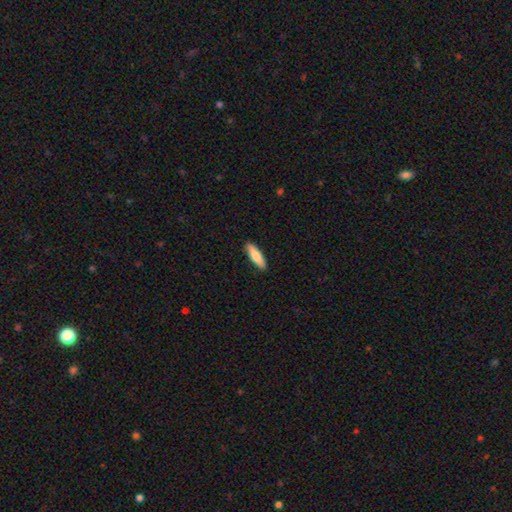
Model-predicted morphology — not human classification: This appears to be a smooth galaxy with no disk features (75%) that is cigar-shaped (63%). Merging: none (90%).